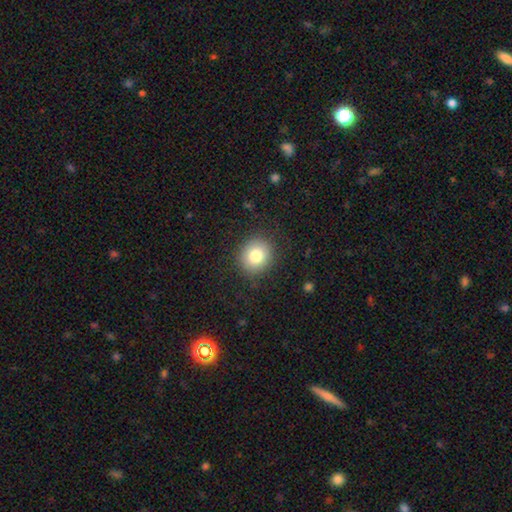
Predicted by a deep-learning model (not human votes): smooth-or-featured: smooth: 82% | star or artifact: 10% | featured or disk: 8%
  how-rounded: round: 83% | in between: 17% | cigar-shaped: 1%
  merging: none: 88% | minor disturbance: 8% | major disturbance: 3% | merger: 1%